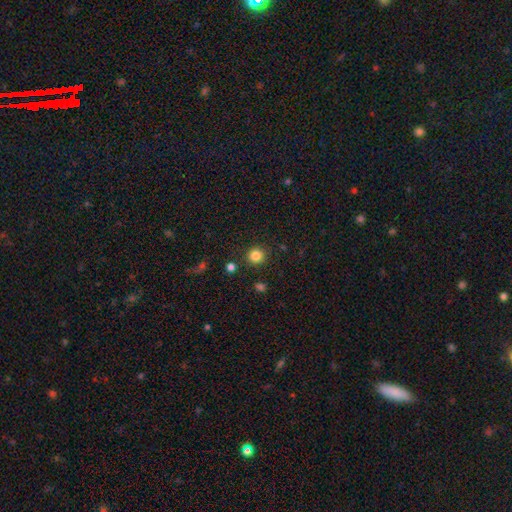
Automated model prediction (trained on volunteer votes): Smooth or featured? Predicted: smooth (p=0.83). How rounded? Predicted: round (p=0.93). Merging? Predicted: none (p=0.89).